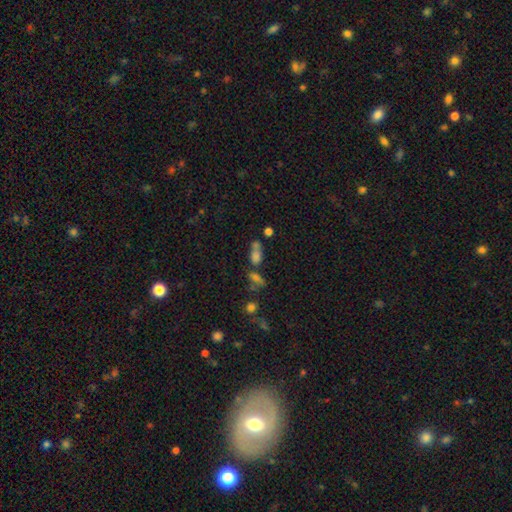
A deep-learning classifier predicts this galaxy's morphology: smooth_or_featured: smooth (p=0.54) [alt: star or artifact p=0.29]
how_rounded: in between (p=0.65) [alt: round p=0.22]
merging: merger (p=0.41) [alt: none p=0.35]